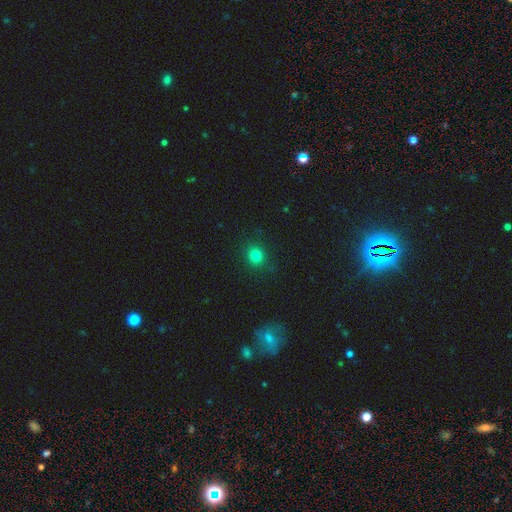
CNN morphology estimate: Smooth or featured?
  - smooth: 80% *
  - star or artifact: 14%
  - featured or disk: 5%
How rounded?
  - round: 85% *
  - in between: 14%
  - cigar-shaped: 1%
Merging?
  - none: 89% *
  - minor disturbance: 7%
  - major disturbance: 2%
  - merger: 1%